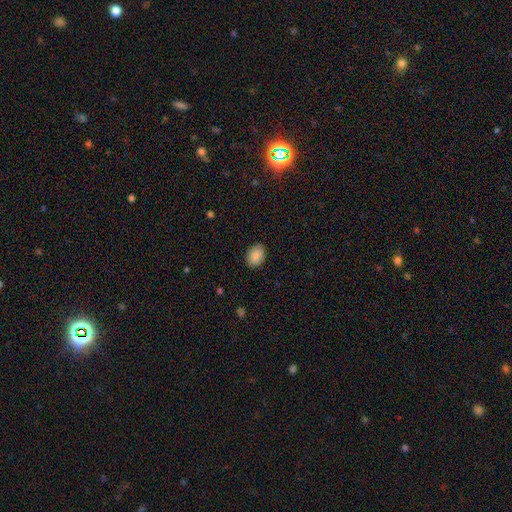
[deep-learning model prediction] A smooth galaxy with no disk features (89%) that is in between round and cigar-shaped (73%). Merging: none (88%).